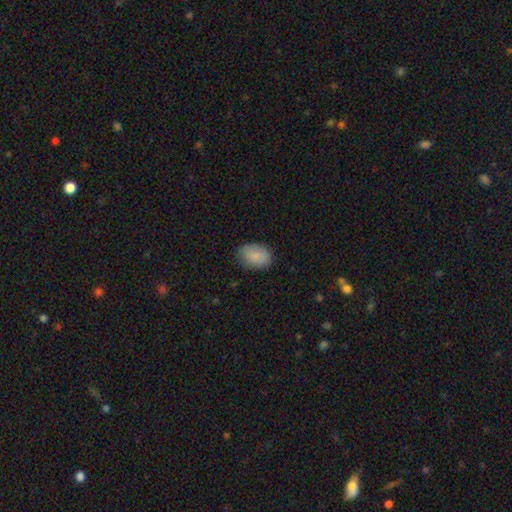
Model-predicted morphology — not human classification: The model was most divided on "how rounded": in between: 80%, round: 18%, cigar-shaped: 1%. More confident: smooth or featured — smooth (86%); merging — none (82%).